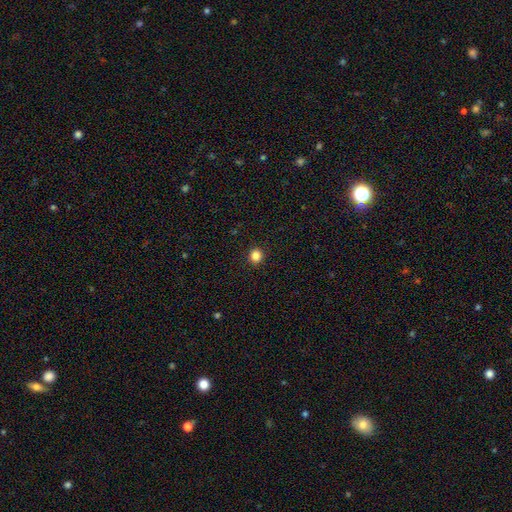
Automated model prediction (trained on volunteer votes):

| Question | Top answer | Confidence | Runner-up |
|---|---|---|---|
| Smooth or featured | smooth | 85% | star or artifact (12%) |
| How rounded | round | 86% | in between (13%) |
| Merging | none | 92% | minor disturbance (5%) |